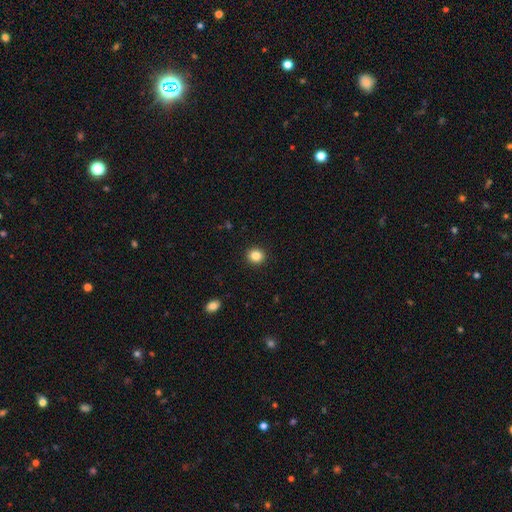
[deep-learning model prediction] Smooth or featured?
  - smooth: 84% *
  - star or artifact: 11%
  - featured or disk: 5%
How rounded?
  - round: 86% *
  - in between: 13%
  - cigar-shaped: 1%
Merging?
  - none: 92% *
  - minor disturbance: 5%
  - major disturbance: 2%
  - merger: 1%